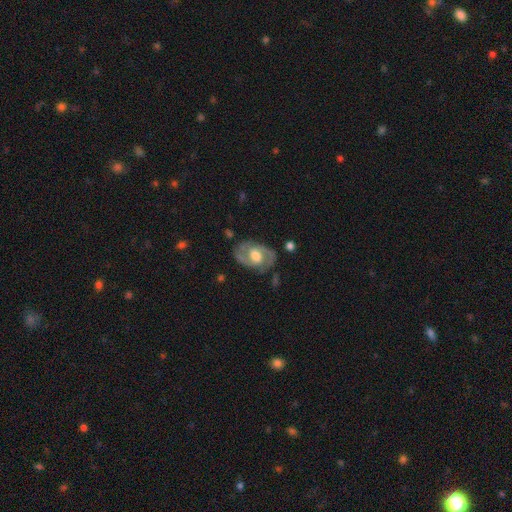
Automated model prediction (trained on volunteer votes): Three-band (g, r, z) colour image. It shows a featured or disk galaxy (79%) with no bar (45%), 2 (88%) medium (53%) spiral arms (85%) and a moderate central bulge (55%). Merging: none (77%).